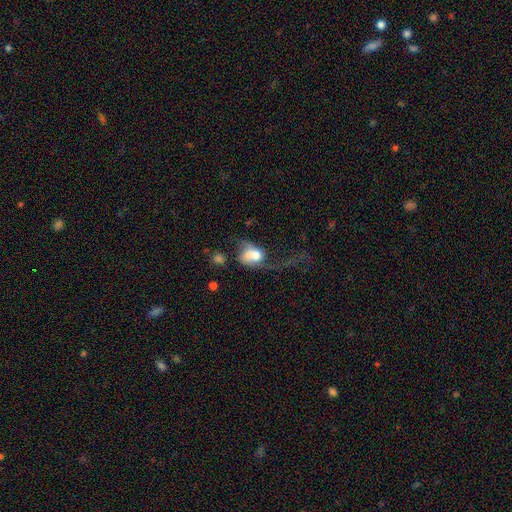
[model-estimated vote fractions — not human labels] Morphology: type=smooth (51%); roundness=in between (62%); merging=major disturbance (41%).